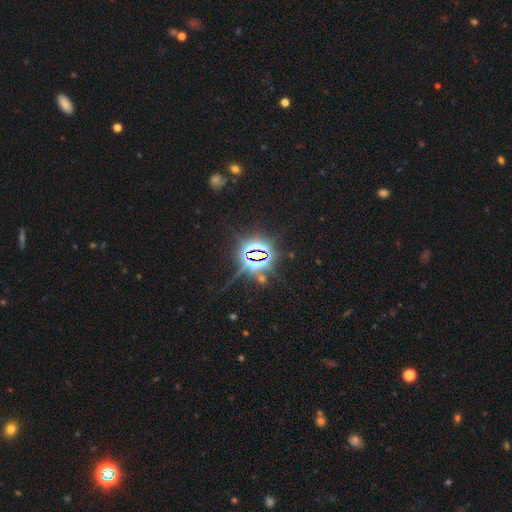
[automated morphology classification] Smooth or featured? star or artifact (83%)